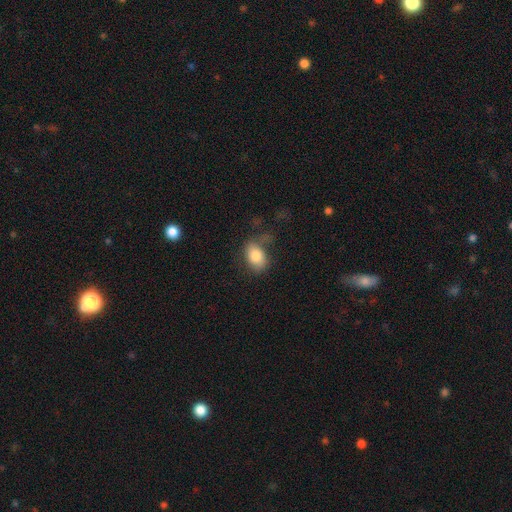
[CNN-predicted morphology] Q: Smooth or featured?
A: smooth (80%); runner-up: featured or disk (12%)
Q: How rounded?
A: in between (80%); runner-up: round (19%)
Q: Merging?
A: none (55%); runner-up: minor disturbance (25%)